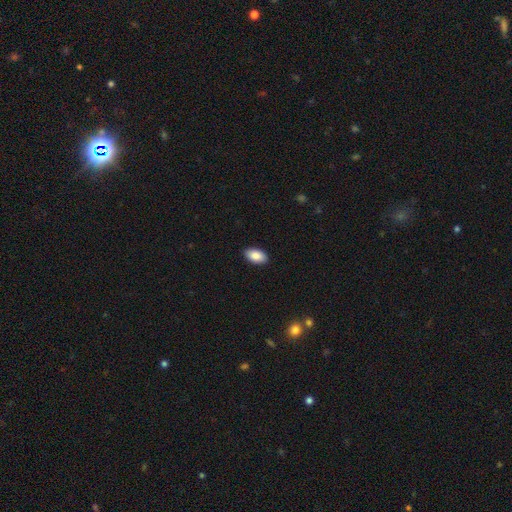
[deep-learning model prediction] A smooth galaxy with no disk features (88%) that is in between round and cigar-shaped (95%).

Vote fractions:
- Smooth or featured? smooth: 88% / star or artifact: 7% / featured or disk: 5%
- How rounded? in between: 95% / round: 4% / cigar-shaped: 2%
- Merging? none: 90% / minor disturbance: 7% / major disturbance: 2% / merger: 1%